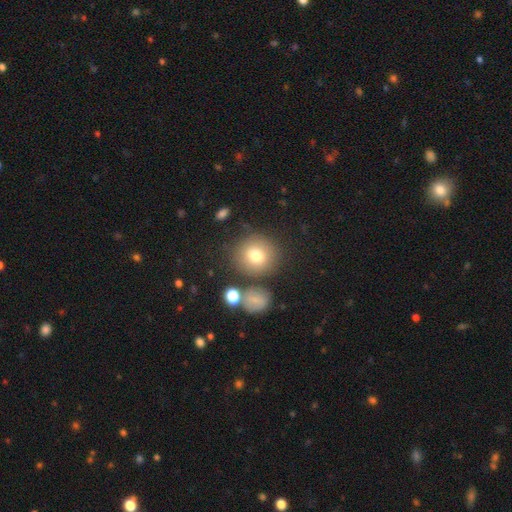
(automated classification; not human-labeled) Q: Smooth or featured?
A: smooth (77%); runner-up: featured or disk (12%)
Q: How rounded?
A: round (89%); runner-up: in between (10%)
Q: Merging?
A: none (77%); runner-up: minor disturbance (10%)